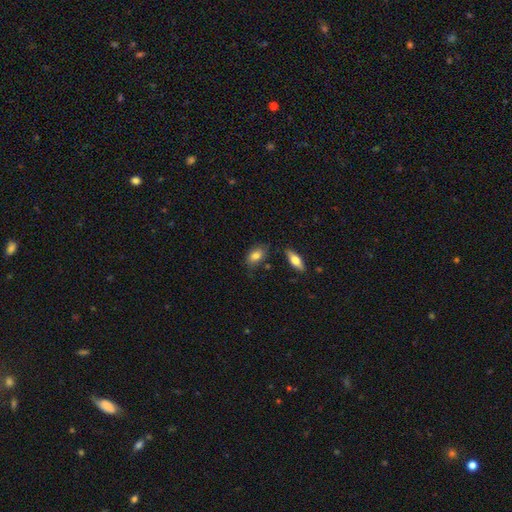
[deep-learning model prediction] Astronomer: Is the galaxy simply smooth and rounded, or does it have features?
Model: smooth — 81%.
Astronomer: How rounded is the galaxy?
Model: in between — 86%.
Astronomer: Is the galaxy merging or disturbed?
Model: none — 69%.